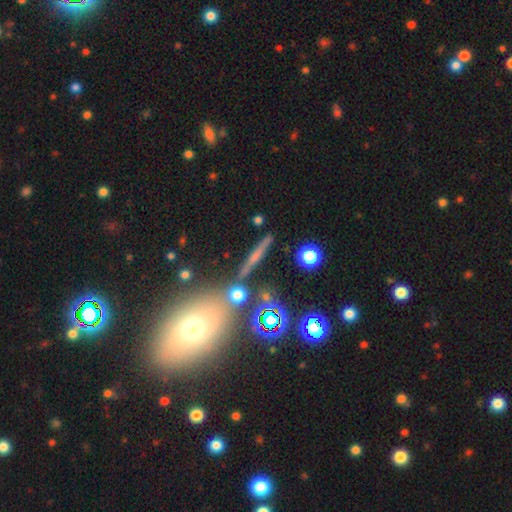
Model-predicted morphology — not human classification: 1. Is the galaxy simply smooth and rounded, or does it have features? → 47% featured or disk, 36% smooth, 17% star or artifact.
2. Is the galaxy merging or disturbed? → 82% none, 8% minor disturbance, 6% merger, 3% major disturbance.